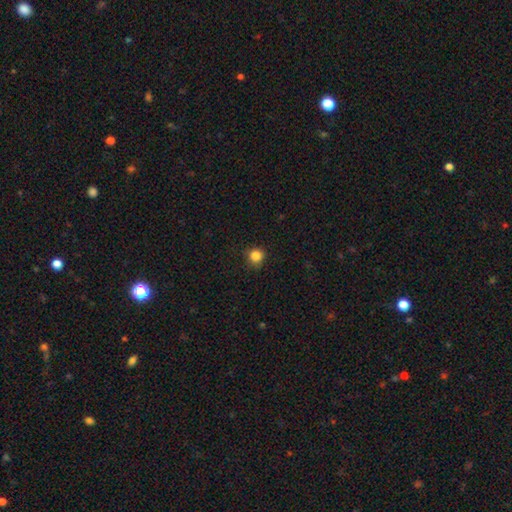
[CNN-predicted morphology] smooth-or-featured: smooth: 84% | star or artifact: 12% | featured or disk: 4%
  how-rounded: round: 92% | in between: 7% | cigar-shaped: 1%
  merging: none: 87% | minor disturbance: 10% | major disturbance: 2% | merger: 1%